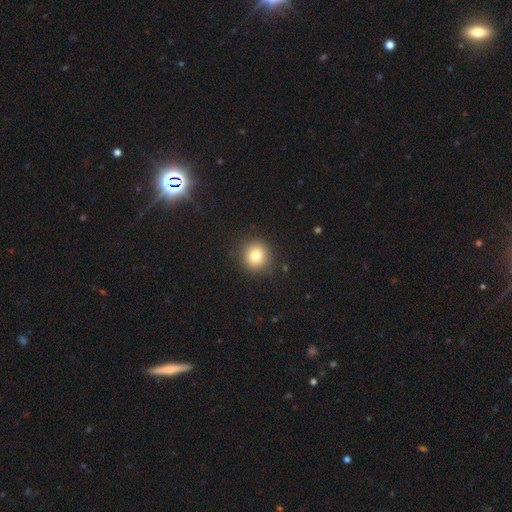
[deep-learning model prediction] Smooth or featured: smooth — 81% (star or artifact — 11%)
How rounded: round — 93% (in between — 6%)
Merging: none — 90% (minor disturbance — 6%)